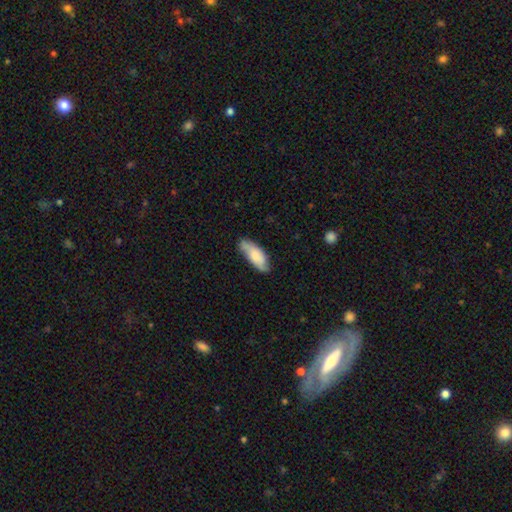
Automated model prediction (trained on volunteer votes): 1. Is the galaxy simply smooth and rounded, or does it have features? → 67% smooth, 26% featured or disk, 6% star or artifact.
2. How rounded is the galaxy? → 72% in between, 26% cigar-shaped, 2% round.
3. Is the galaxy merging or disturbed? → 72% none, 22% minor disturbance, 4% major disturbance, 2% merger.